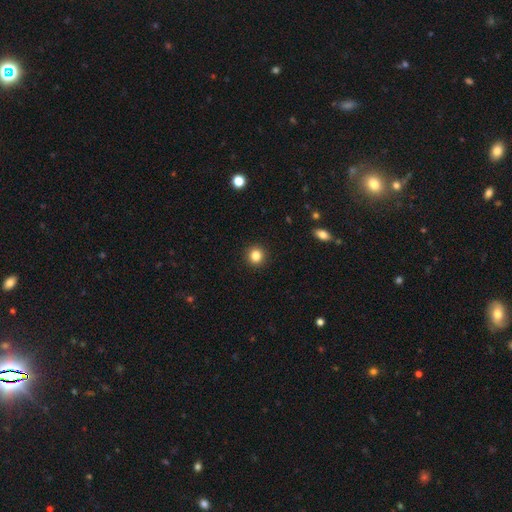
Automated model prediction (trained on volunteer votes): Smooth or featured? smooth (84%)
How rounded? round (93%)
Merging? none (93%)